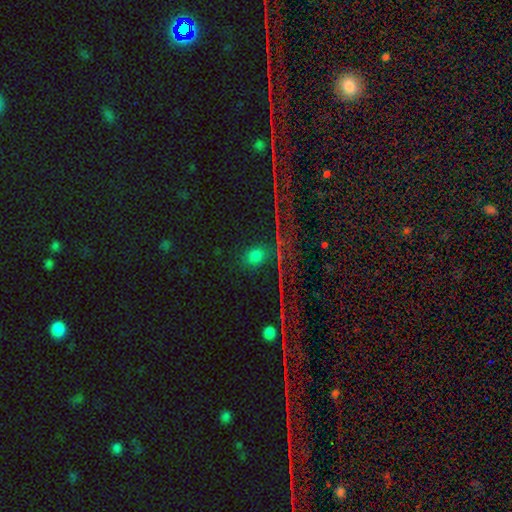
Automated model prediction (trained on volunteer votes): Smooth or featured: smooth — 61% (star or artifact — 33%)
How rounded: round — 57% (in between — 40%)
Merging: none — 83% (minor disturbance — 10%)